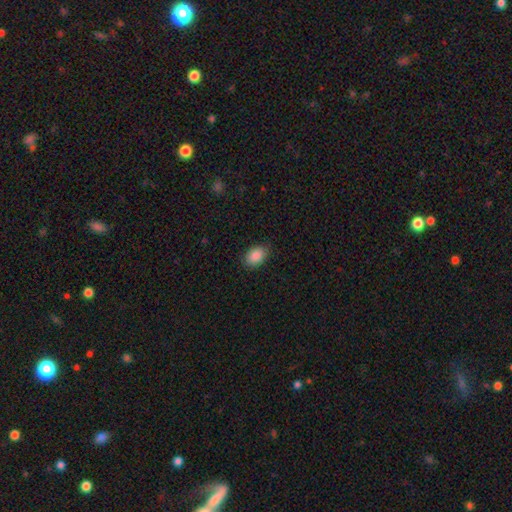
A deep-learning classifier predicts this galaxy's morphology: This is clearly a smooth galaxy (89%). How rounded: clearly in between (84%). Merging: clearly none (84%).